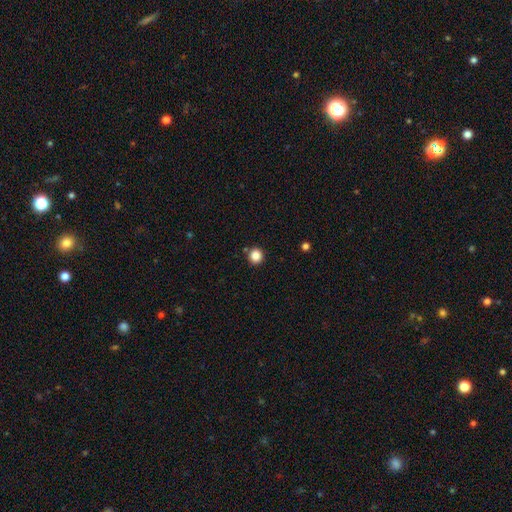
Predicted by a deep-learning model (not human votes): Smooth or featured? smooth (86%)
How rounded? round (93%)
Merging? none (89%)